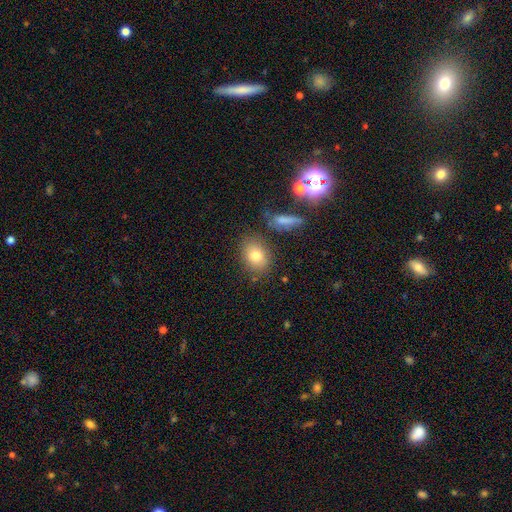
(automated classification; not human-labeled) smooth-or-featured: smooth: 77% | featured or disk: 13% | star or artifact: 10%
  how-rounded: in between: 64% | round: 34% | cigar-shaped: 2%
  merging: none: 77% | minor disturbance: 12% | merger: 6% | major disturbance: 4%